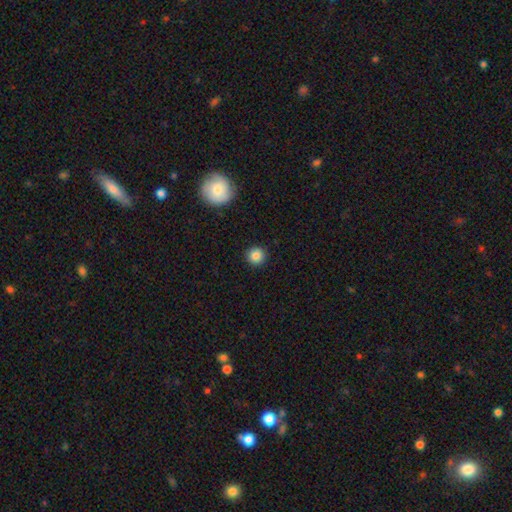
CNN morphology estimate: Q: Smooth or featured?
A: smooth (85%); runner-up: star or artifact (10%)
Q: How rounded?
A: round (95%); runner-up: in between (4%)
Q: Merging?
A: none (93%); runner-up: minor disturbance (5%)